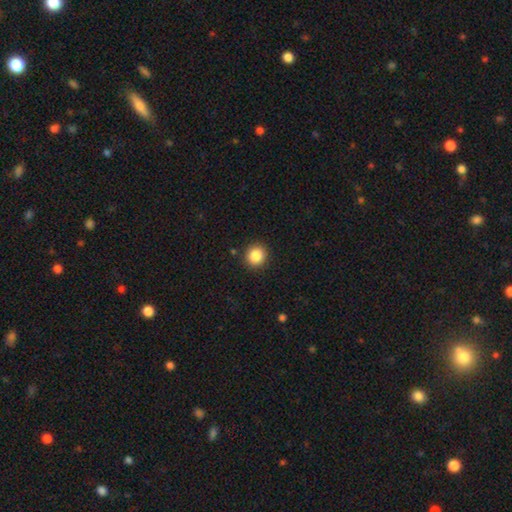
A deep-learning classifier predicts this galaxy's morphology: This is clearly a smooth galaxy (86%). How rounded: clearly round (91%). Merging: clearly none (91%).